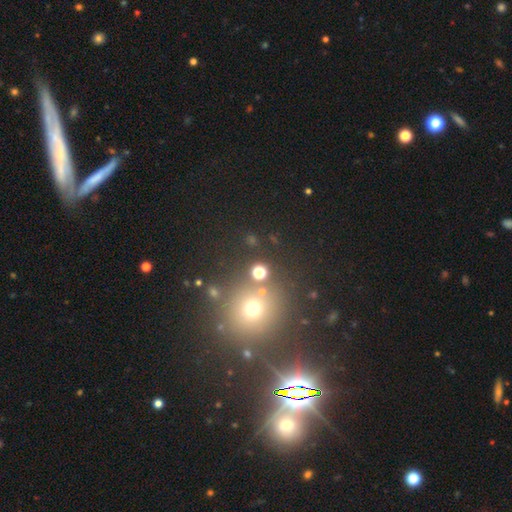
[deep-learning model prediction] Smooth or featured: star or artifact — 44% (smooth — 41%)